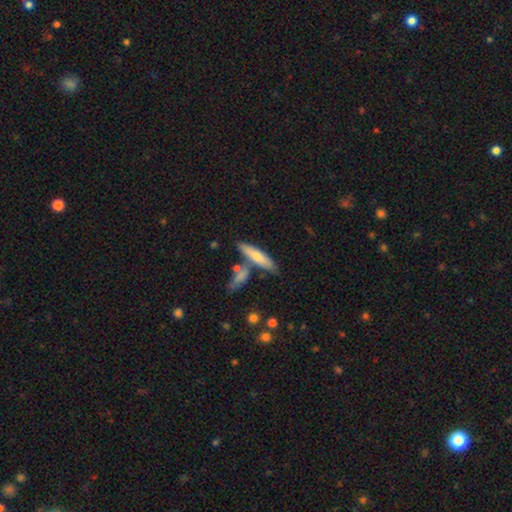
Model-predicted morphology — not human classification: Q: Smooth or featured?
A: smooth (60%); runner-up: featured or disk (34%)
Q: How rounded?
A: cigar-shaped (77%); runner-up: in between (21%)
Q: Merging?
A: none (69%); runner-up: merger (16%)